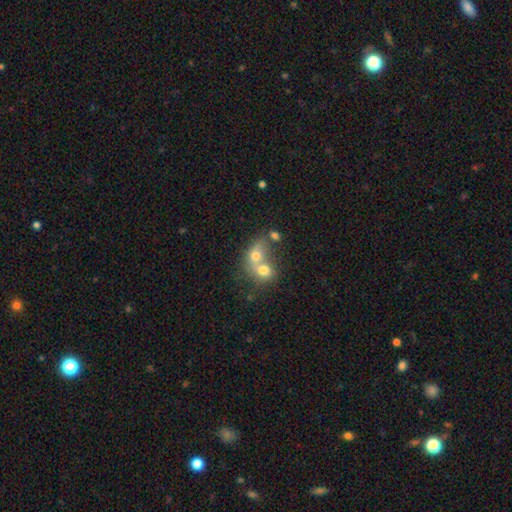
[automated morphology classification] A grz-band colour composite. It shows a smooth galaxy with no disk features (68%) that is round (52%). Merging: merger (73%).